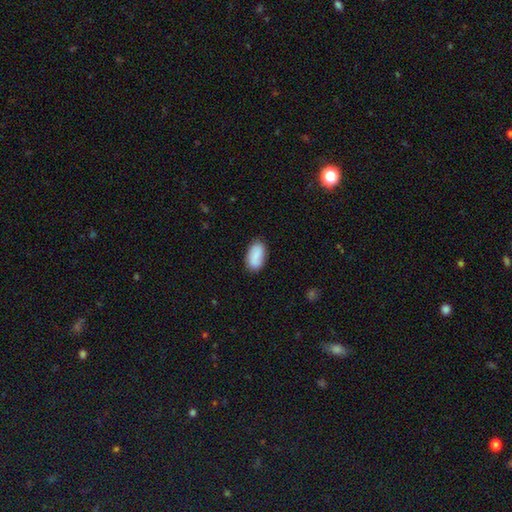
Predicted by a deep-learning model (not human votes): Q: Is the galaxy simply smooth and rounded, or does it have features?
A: smooth — 86%.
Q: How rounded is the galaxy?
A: in between — 94%.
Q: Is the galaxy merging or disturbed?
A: none — 84%.